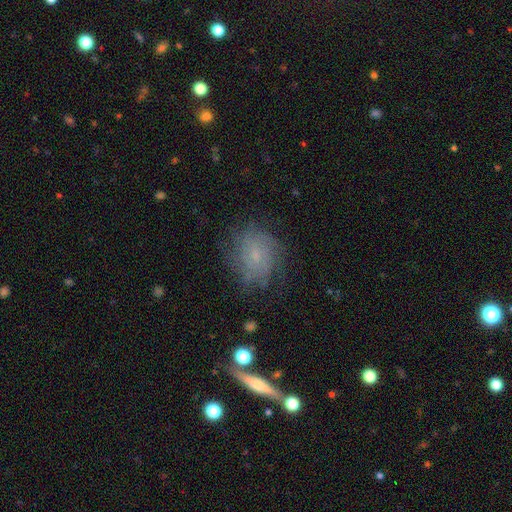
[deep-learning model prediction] The model was most divided on "smooth or featured": smooth: 43%, featured or disk: 42%, star or artifact: 15%. More confident: merging — none (67%).